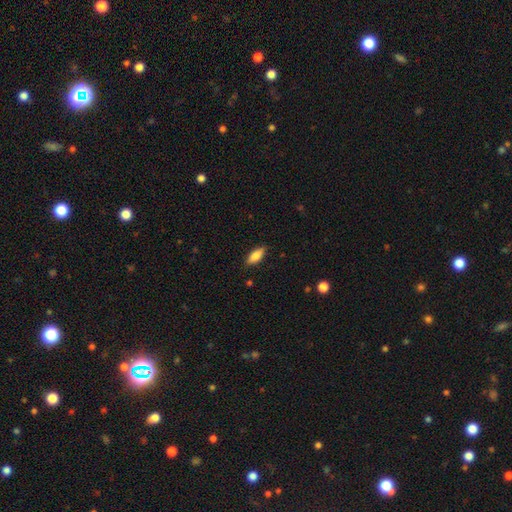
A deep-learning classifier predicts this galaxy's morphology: A smooth galaxy with no disk features (82%) that is in between round and cigar-shaped (78%). Merging: none (86%).